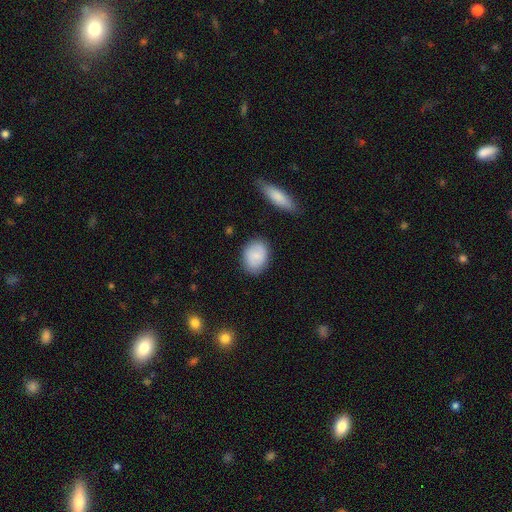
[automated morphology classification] Smooth or featured: smooth — 72% (featured or disk — 21%)
How rounded: in between — 67% (round — 32%)
Merging: none — 82% (minor disturbance — 13%)